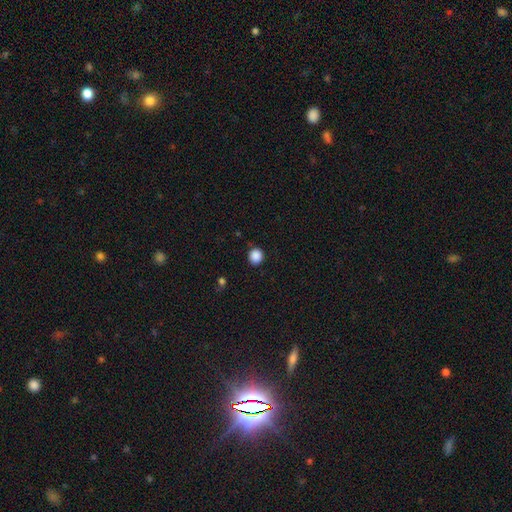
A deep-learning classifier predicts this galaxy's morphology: Overall: smooth (87%). How rounded: round (90%). Merging: none (89%).